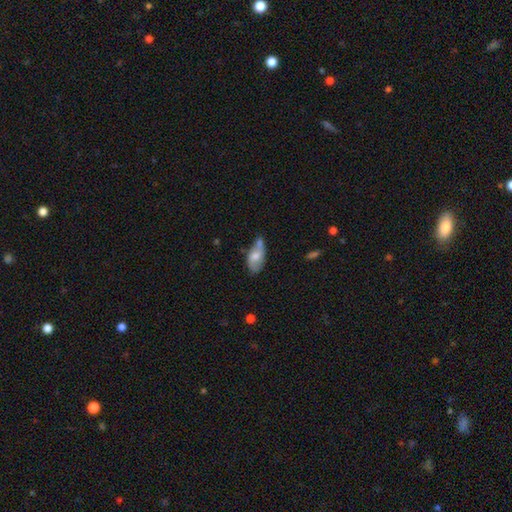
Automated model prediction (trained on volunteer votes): Smooth or featured? smooth (57%)
How rounded? in between (89%)
Merging? none (38%)